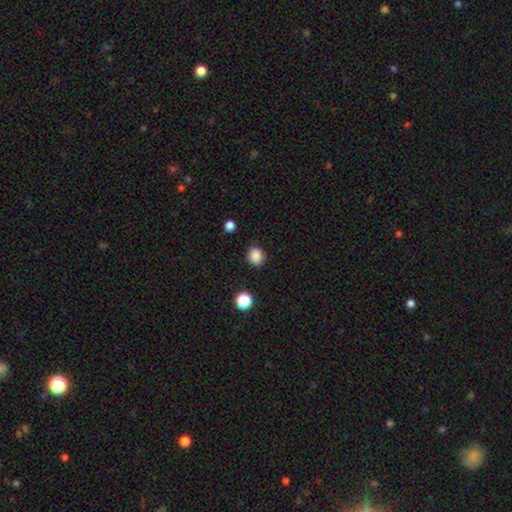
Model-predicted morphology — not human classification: This appears to be a smooth galaxy with no disk features (86%) that is round (79%). Merging: none (84%).